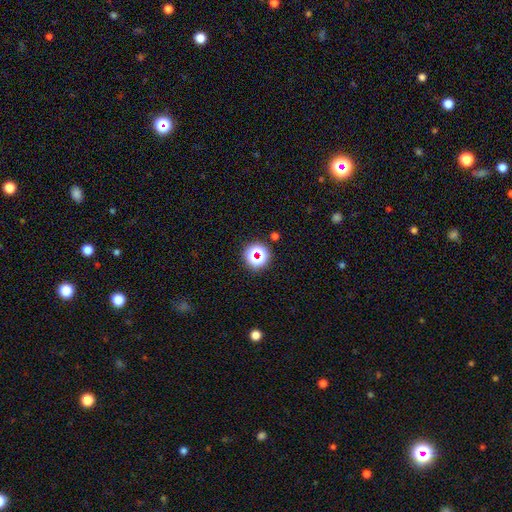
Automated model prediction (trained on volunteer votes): Q: Smooth or featured?
A: star or artifact (54%); runner-up: smooth (36%)